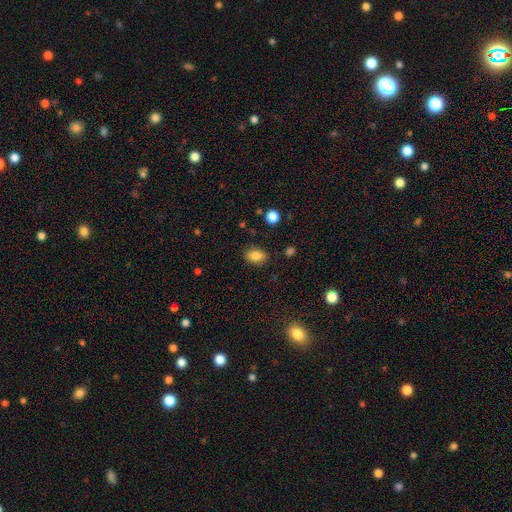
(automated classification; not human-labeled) smooth 83%, star or artifact 9%, featured or disk 7%. Down the decision tree: how rounded — in between (83%); merging — none (84%).